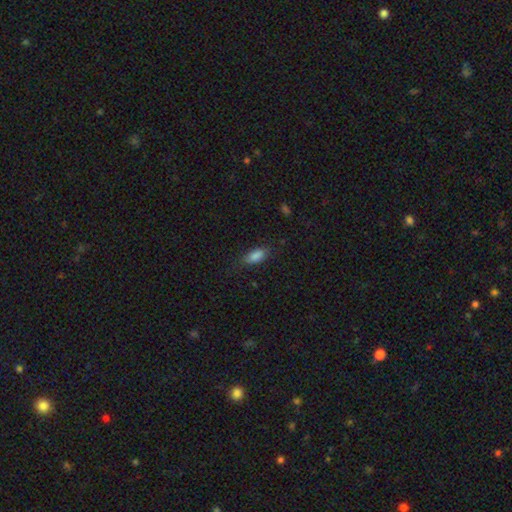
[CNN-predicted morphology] A smooth galaxy with no disk features (85%) that is in between round and cigar-shaped (84%). Merging: none (77%).